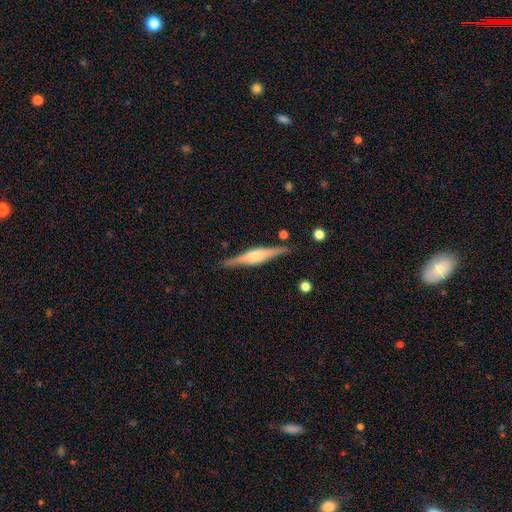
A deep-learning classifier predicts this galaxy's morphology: Q: Smooth or featured?
A: featured or disk (75%); runner-up: smooth (20%)
Q: Edge-on disk?
A: yes (97%); runner-up: no (3%)
Q: Edge-on bulge?
A: rounded (73%); runner-up: boxy (22%)
Q: Merging?
A: none (87%); runner-up: minor disturbance (9%)